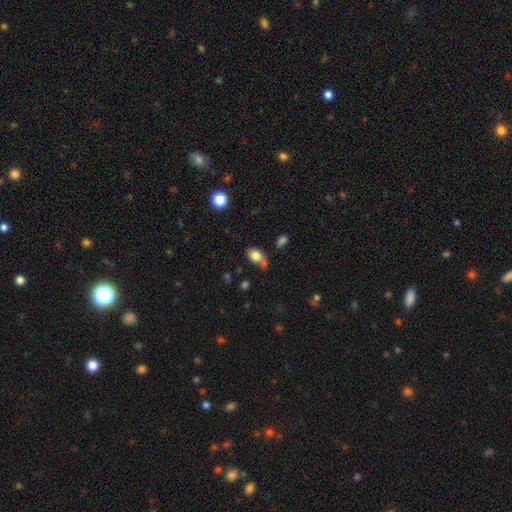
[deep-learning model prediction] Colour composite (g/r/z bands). It shows a smooth galaxy with no disk features (78%) that is in between round and cigar-shaped (84%). Merging: none (51%).